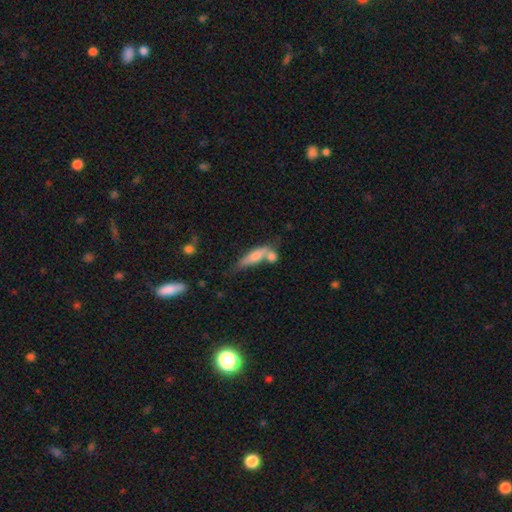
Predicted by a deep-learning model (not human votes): The model was most divided on "merging": none: 39%, merger: 36%, minor disturbance: 17%, major disturbance: 8%. More confident: how rounded — cigar-shaped (59%); smooth or featured — smooth (58%).